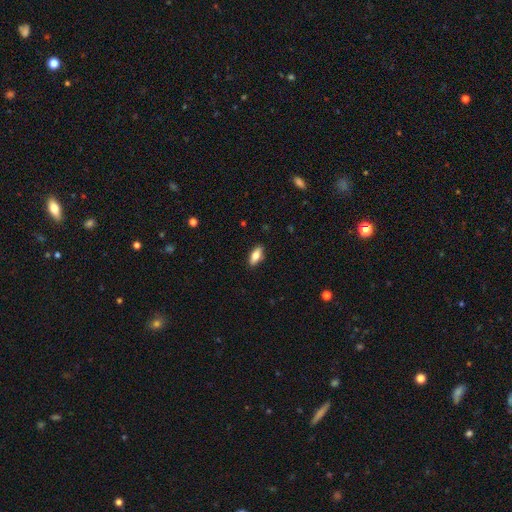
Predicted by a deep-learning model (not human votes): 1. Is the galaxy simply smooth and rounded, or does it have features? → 76% smooth, 17% featured or disk, 7% star or artifact.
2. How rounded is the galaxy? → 80% in between, 17% cigar-shaped, 3% round.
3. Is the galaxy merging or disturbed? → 88% none, 9% minor disturbance, 2% major disturbance, 1% merger.